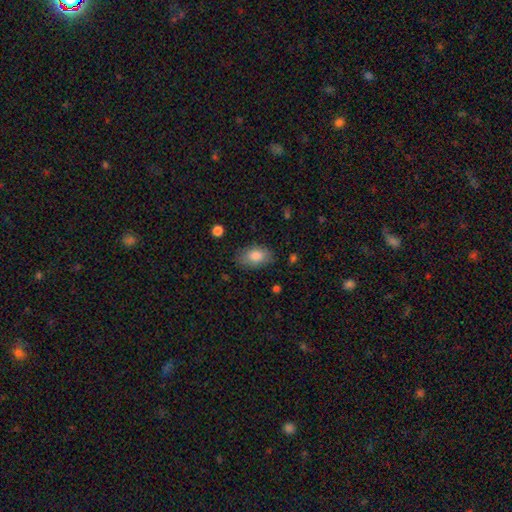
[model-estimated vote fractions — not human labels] smooth 84%, featured or disk 9%, star or artifact 7%. Down the decision tree: how rounded — in between (91%); merging — none (79%).